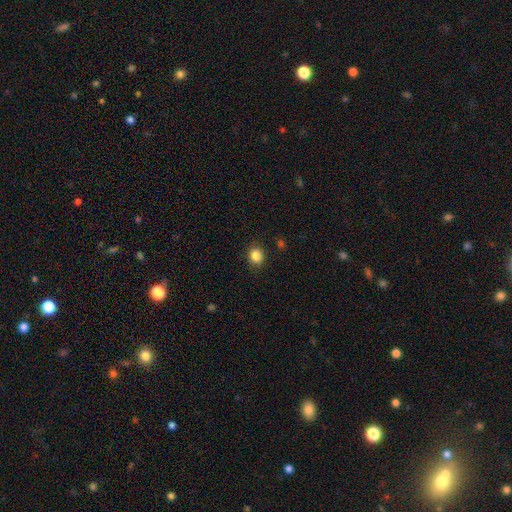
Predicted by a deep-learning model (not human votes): A smooth galaxy with no disk features (85%) that is round (78%).

Vote fractions:
- Smooth or featured? smooth: 85% / star or artifact: 10% / featured or disk: 4%
- How rounded? round: 78% / in between: 21% / cigar-shaped: 1%
- Merging? none: 89% / minor disturbance: 7% / major disturbance: 2% / merger: 1%